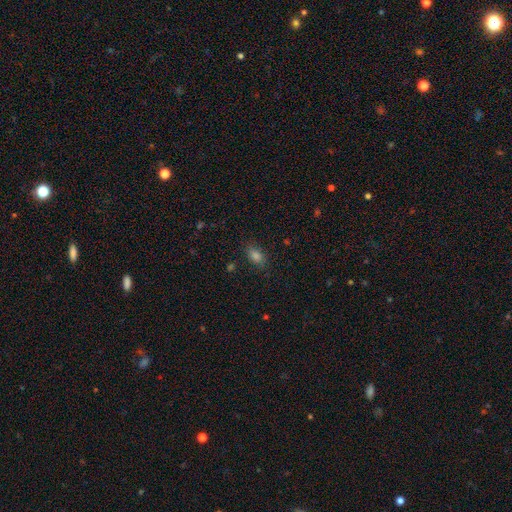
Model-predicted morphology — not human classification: A smooth galaxy with no disk features (77%) that is in between round and cigar-shaped (82%). Merging: none (84%).